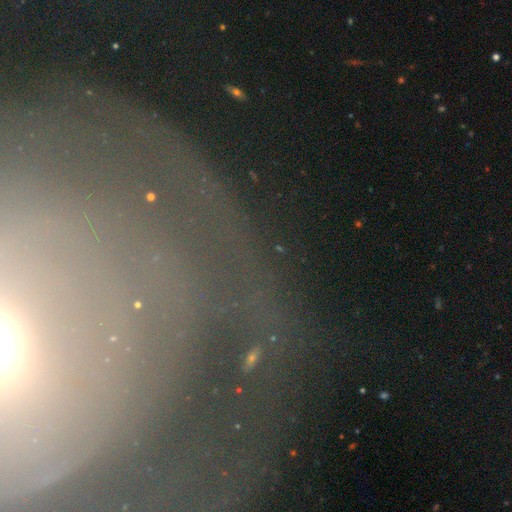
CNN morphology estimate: This appears to be a star or artifact, not a galaxy (49%).